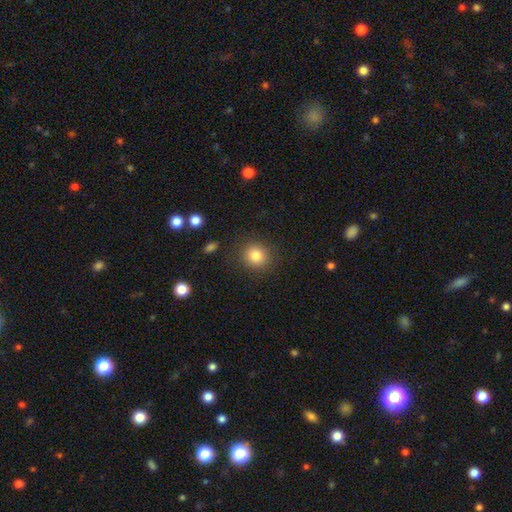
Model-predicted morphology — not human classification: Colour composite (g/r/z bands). It shows a smooth galaxy with no disk features (82%) that is round (85%). Merging: none (88%).